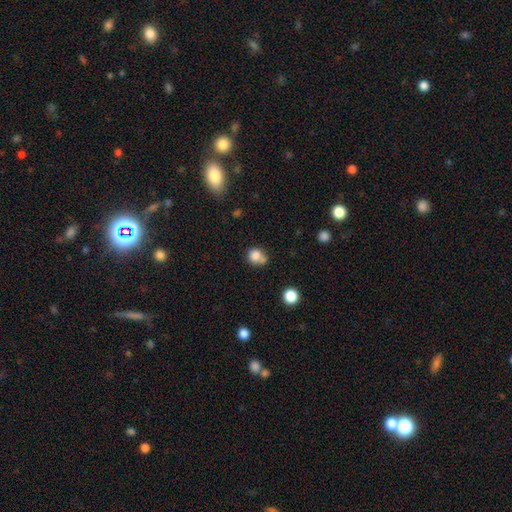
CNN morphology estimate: The model was most divided on "merging": none: 48%, merger: 31%, minor disturbance: 16%, major disturbance: 6%. More confident: smooth or featured — smooth (80%); how rounded — round (80%).